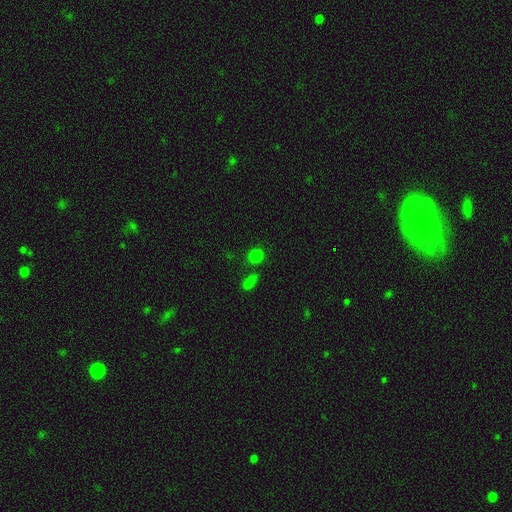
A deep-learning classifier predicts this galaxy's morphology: Q: Smooth or featured?
A: smooth (78%); runner-up: star or artifact (18%)
Q: How rounded?
A: round (85%); runner-up: in between (13%)
Q: Merging?
A: none (76%); runner-up: merger (11%)